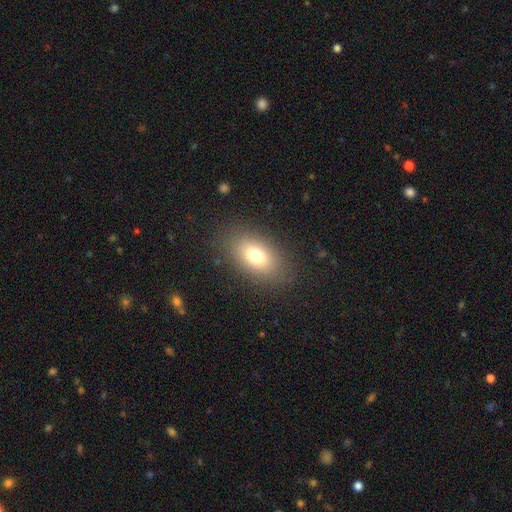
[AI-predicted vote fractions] smooth 75%, featured or disk 14%, star or artifact 11%. Down the decision tree: how rounded — in between (85%); merging — none (84%).